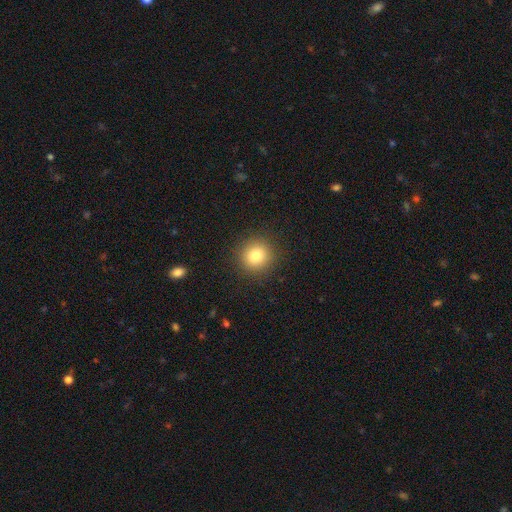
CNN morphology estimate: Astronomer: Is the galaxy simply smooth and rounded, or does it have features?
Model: smooth — 81%.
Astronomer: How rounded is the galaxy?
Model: round — 92%.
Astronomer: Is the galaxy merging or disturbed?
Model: none — 91%.